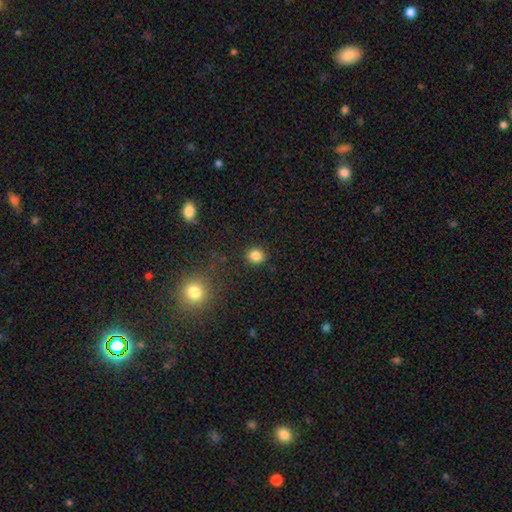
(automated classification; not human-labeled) Smooth or featured: smooth — 84% (star or artifact — 12%)
How rounded: round — 87% (in between — 12%)
Merging: none — 90% (minor disturbance — 6%)